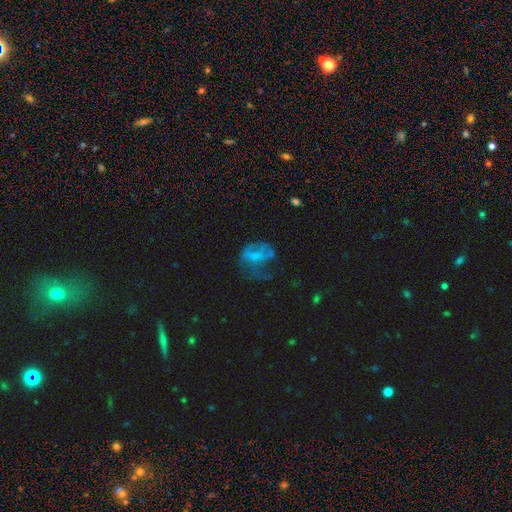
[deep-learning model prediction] This is possibly a featured or disk galaxy (53%). It is clearly not viewed edge-on (97%). Bar: likely no (61%). Spiral arm pattern: likely no (62%). Central bulge: marginally small (41%). Merging: possibly major disturbance (46%).